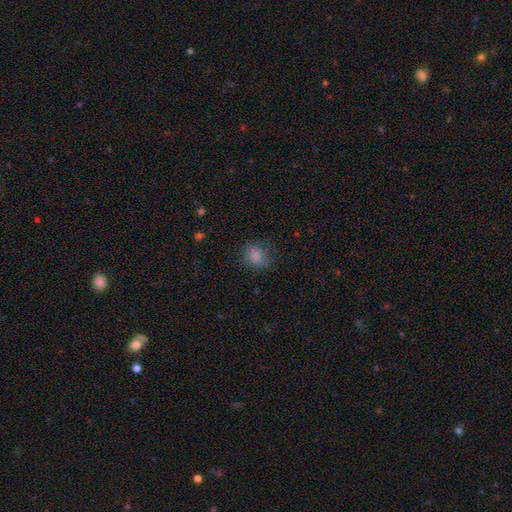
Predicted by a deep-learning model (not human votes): Smooth or featured? Predicted: smooth (p=0.82). How rounded? Predicted: round (p=0.75). Merging? Predicted: none (p=0.75).